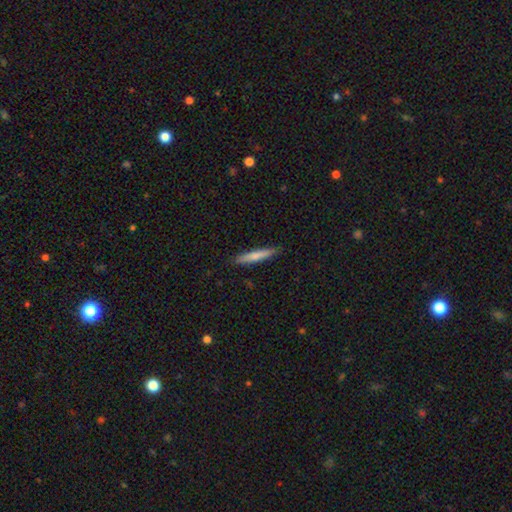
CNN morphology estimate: Smooth or featured? Predicted: smooth (p=0.73). How rounded? Predicted: cigar-shaped (p=0.92). Merging? Predicted: none (p=0.89).